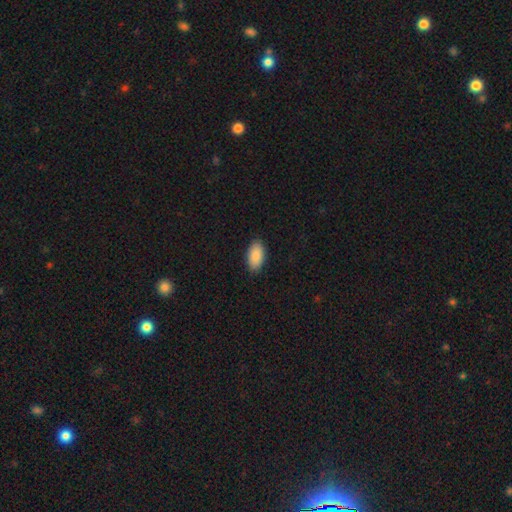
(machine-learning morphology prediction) The model was most divided on "merging": none: 89%, minor disturbance: 8%, major disturbance: 2%, merger: 1%. More confident: how rounded — in between (95%); smooth or featured — smooth (91%).